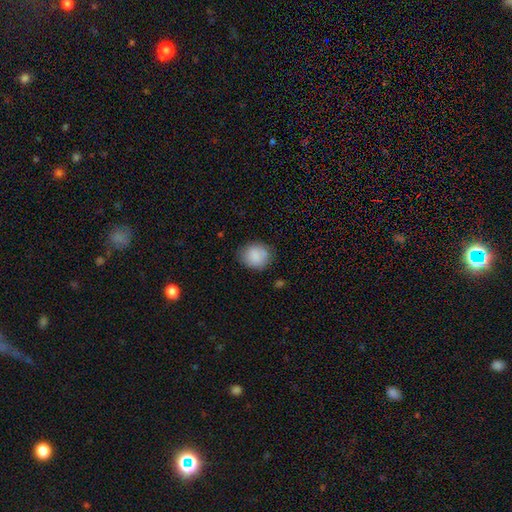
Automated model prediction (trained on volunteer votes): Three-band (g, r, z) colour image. It shows a smooth galaxy with no disk features (83%) that is round (64%). Merging: none (73%).